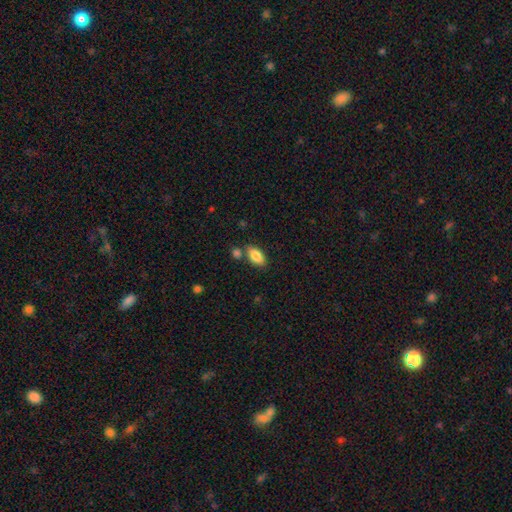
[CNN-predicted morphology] smooth 85%, featured or disk 8%, star or artifact 7%. Down the decision tree: how rounded — in between (91%); merging — none (72%).